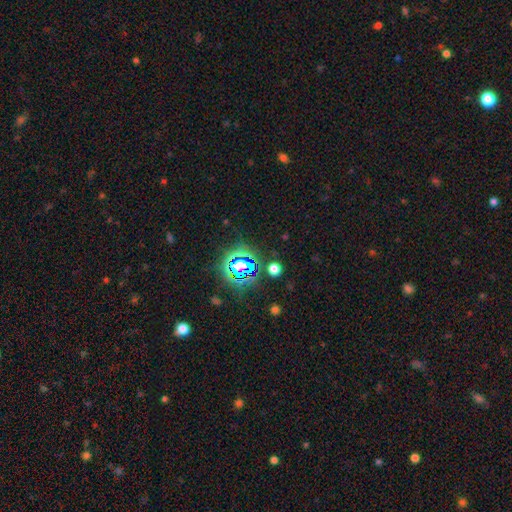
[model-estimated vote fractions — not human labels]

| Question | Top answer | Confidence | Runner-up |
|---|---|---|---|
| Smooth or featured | star or artifact | 78% | smooth (14%) |